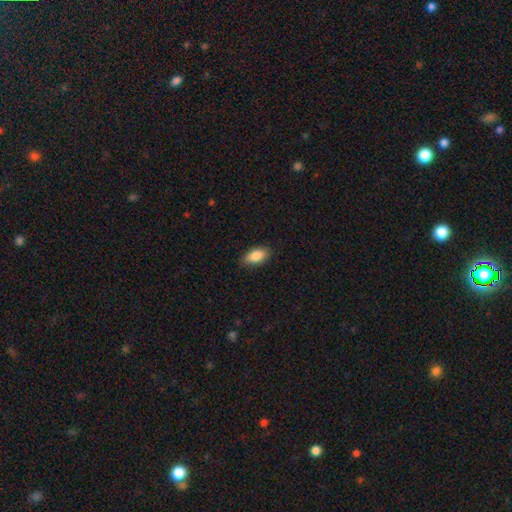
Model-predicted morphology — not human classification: A smooth galaxy with no disk features (87%) that is in between round and cigar-shaped (90%). Merging: none (86%).